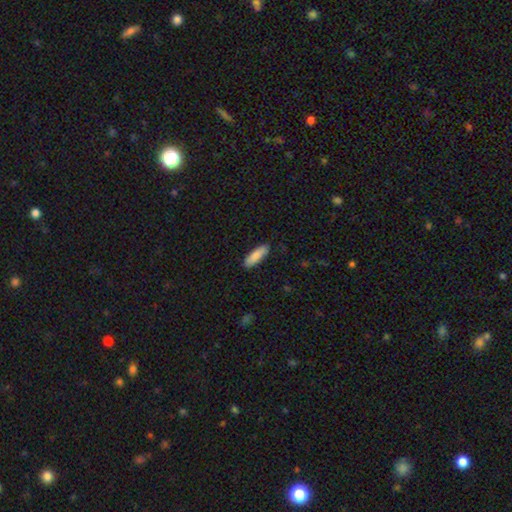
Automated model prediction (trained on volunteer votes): Q: Smooth or featured?
A: smooth (85%); runner-up: featured or disk (10%)
Q: How rounded?
A: in between (53%); runner-up: cigar-shaped (46%)
Q: Merging?
A: none (87%); runner-up: minor disturbance (10%)